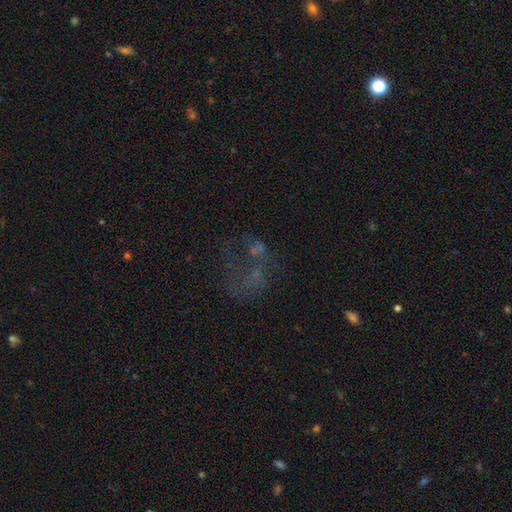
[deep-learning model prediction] The model was most divided on "merging": major disturbance: 35%, none: 34%, merger: 19%, minor disturbance: 12%. Remaining: smooth or featured — featured or disk (38%).